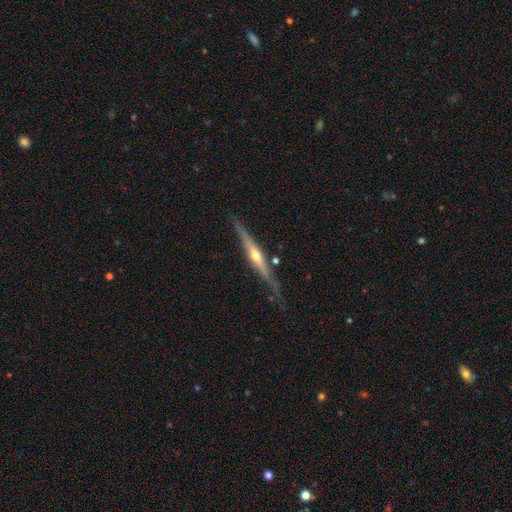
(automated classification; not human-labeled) smooth_or_featured: featured or disk (p=0.77) [alt: smooth p=0.17]
disk_edge_on: yes (p=0.97) [alt: no p=0.03]
edge_on_bulge: rounded (p=0.83) [alt: none p=0.11]
merging: none (p=0.78) [alt: minor disturbance p=0.16]